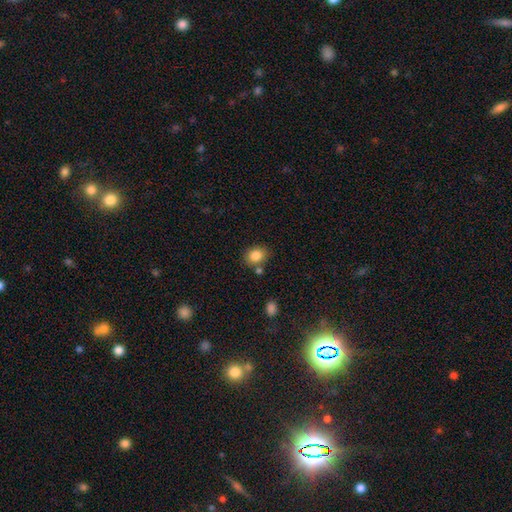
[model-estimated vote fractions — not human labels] smooth 85%, star or artifact 9%, featured or disk 6%. Down the decision tree: how rounded — round (50%); merging — none (73%).